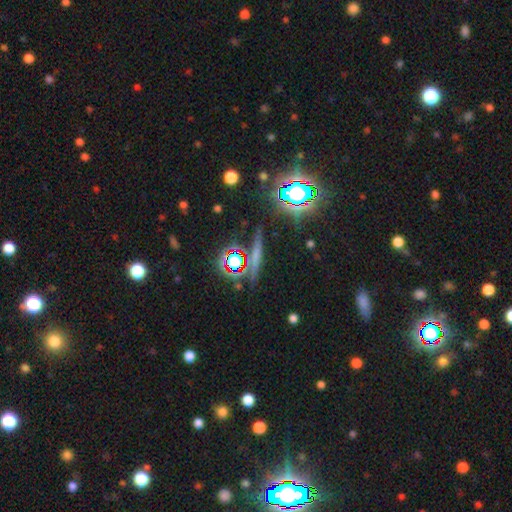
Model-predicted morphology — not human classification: The model was most divided on "smooth or featured": star or artifact: 45%, smooth: 30%, featured or disk: 25%.